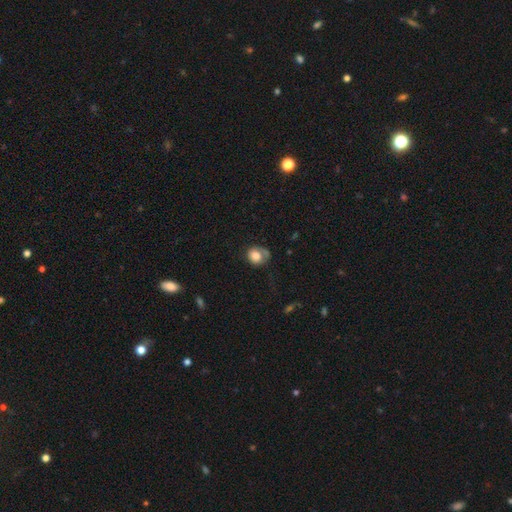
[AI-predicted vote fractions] Smooth or featured? smooth (73%)
How rounded? round (68%)
Merging? none (50%)